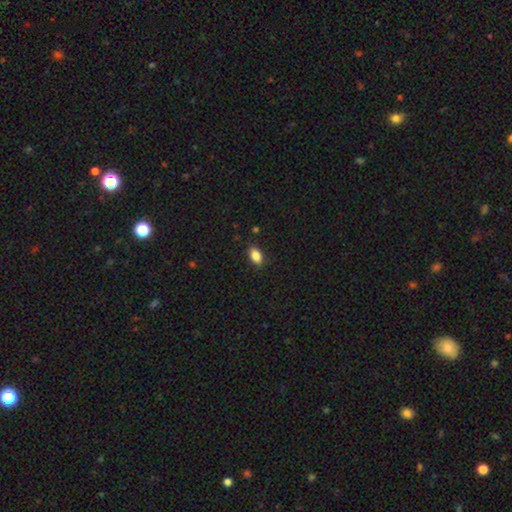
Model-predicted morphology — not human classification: Smooth or featured: smooth — 87% (star or artifact — 9%)
How rounded: in between — 89% (round — 8%)
Merging: none — 87% (minor disturbance — 9%)